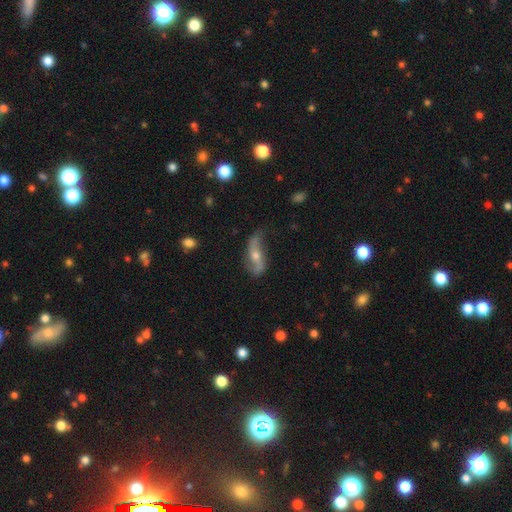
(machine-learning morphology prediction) smooth_or_featured: featured or disk (p=0.73) [alt: smooth p=0.19]
disk_edge_on: no (p=0.84) [alt: yes p=0.16]
bar: no (p=0.52) [alt: weak p=0.29]
has_spiral_arms: yes (p=0.89) [alt: no p=0.11]
spiral_winding: loose (p=0.82) [alt: medium p=0.13]
spiral_arm_count: 2 (p=0.90) [alt: can't tell p=0.04]
bulge_size: moderate (p=0.58) [alt: small p=0.35]
merging: none (p=0.62) [alt: minor disturbance p=0.25]